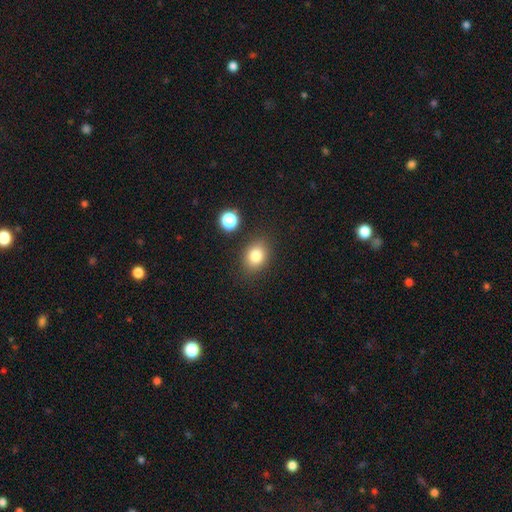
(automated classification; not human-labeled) smooth_or_featured: smooth (p=0.81) [alt: star or artifact p=0.11]
how_rounded: round (p=0.52) [alt: in between p=0.47]
merging: none (p=0.82) [alt: minor disturbance p=0.10]